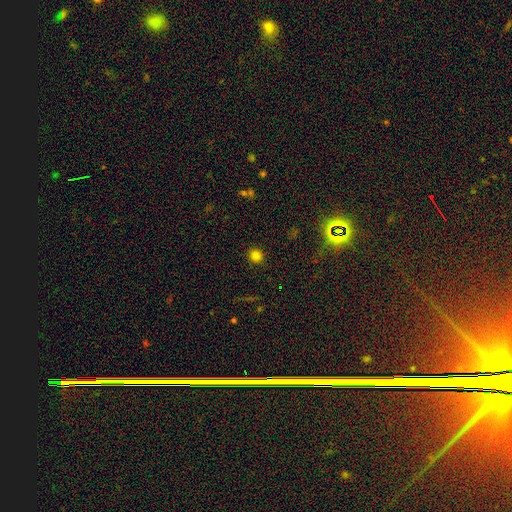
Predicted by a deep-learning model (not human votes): Q: Smooth or featured?
A: smooth (79%); runner-up: star or artifact (16%)
Q: How rounded?
A: round (90%); runner-up: in between (8%)
Q: Merging?
A: none (91%); runner-up: minor disturbance (6%)